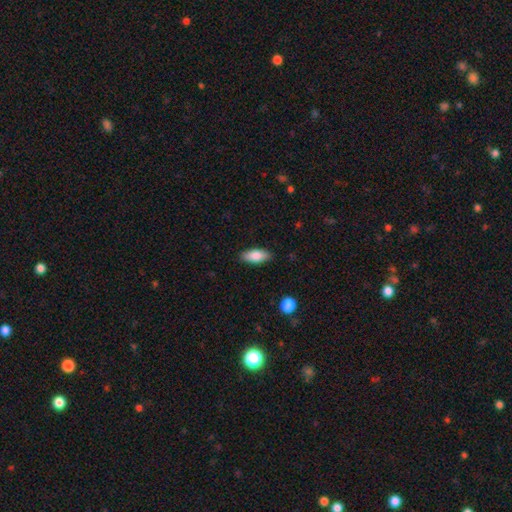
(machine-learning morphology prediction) Overall: smooth (83%). How rounded: in between (80%). Merging: none (88%).